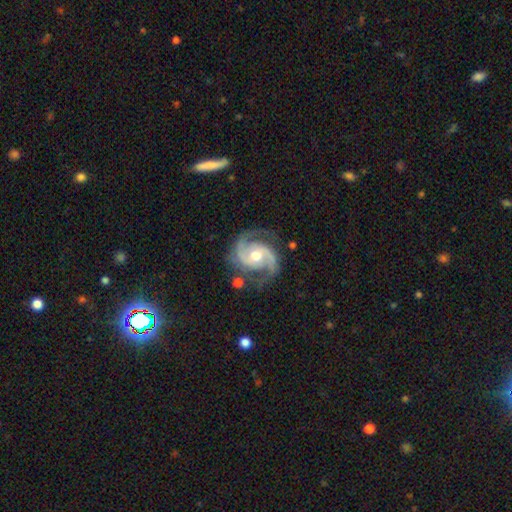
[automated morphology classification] A featured or disk galaxy (93%) with no bar (55%), 2 (89%) medium (59%) spiral arms (98%) and a moderate central bulge (73%). Merging: none (76%).